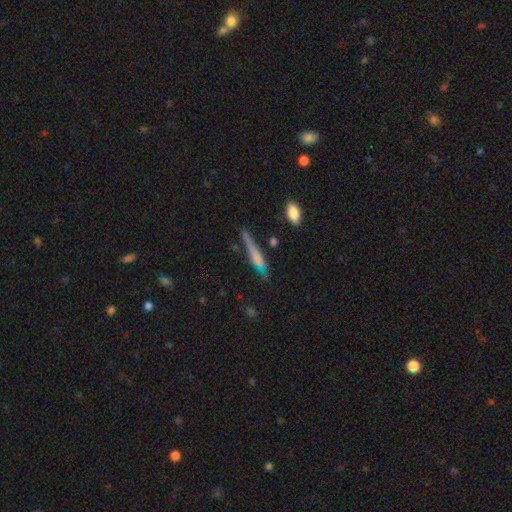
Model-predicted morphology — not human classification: This appears to be a smooth galaxy with no disk features (54%) that is cigar-shaped (88%). Merging: none (61%).